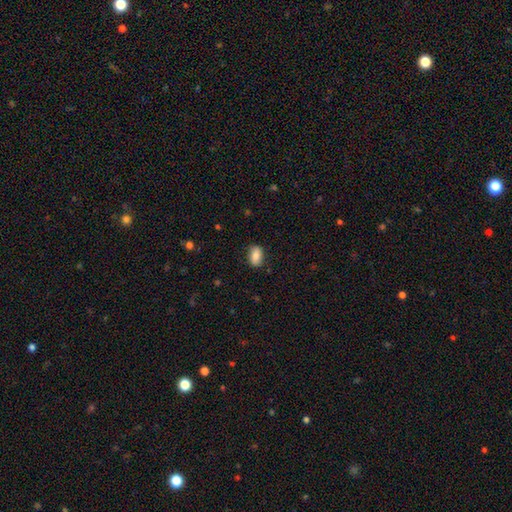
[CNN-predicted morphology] Q: Smooth or featured?
A: smooth (82%); runner-up: featured or disk (11%)
Q: How rounded?
A: in between (89%); runner-up: round (9%)
Q: Merging?
A: none (83%); runner-up: minor disturbance (13%)